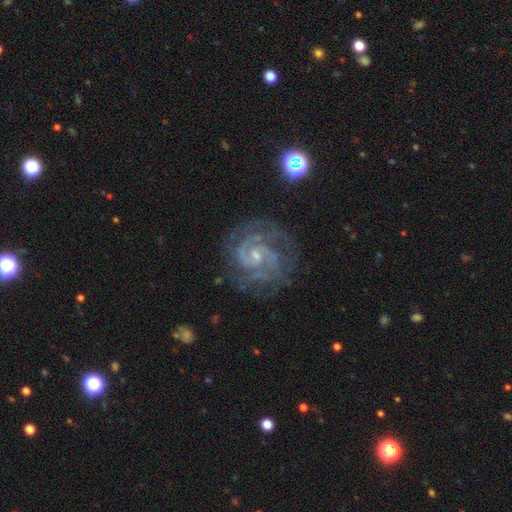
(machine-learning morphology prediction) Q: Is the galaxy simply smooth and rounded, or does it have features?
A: featured or disk — 90%.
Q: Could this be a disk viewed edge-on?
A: no — 98%.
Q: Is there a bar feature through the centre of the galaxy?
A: no — 48%.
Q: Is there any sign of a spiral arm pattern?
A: yes — 98%.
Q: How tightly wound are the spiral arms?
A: tight — 58%.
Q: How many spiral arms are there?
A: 2 — 63%.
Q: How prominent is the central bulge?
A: small — 71%.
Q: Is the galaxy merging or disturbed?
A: none — 74%.